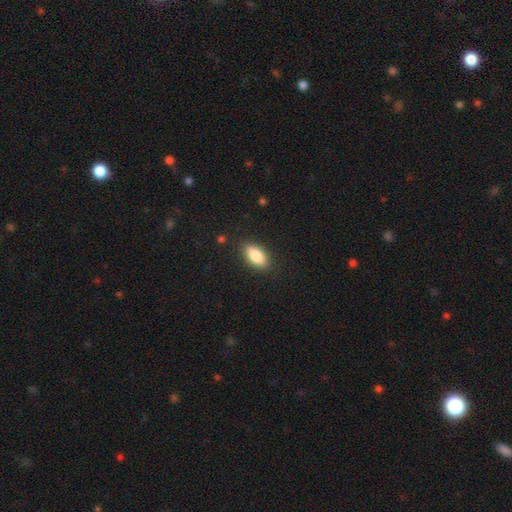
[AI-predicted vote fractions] The model was most divided on "merging": none: 87%, minor disturbance: 10%, major disturbance: 3%, merger: 1%. More confident: how rounded — in between (87%); smooth or featured — smooth (85%).